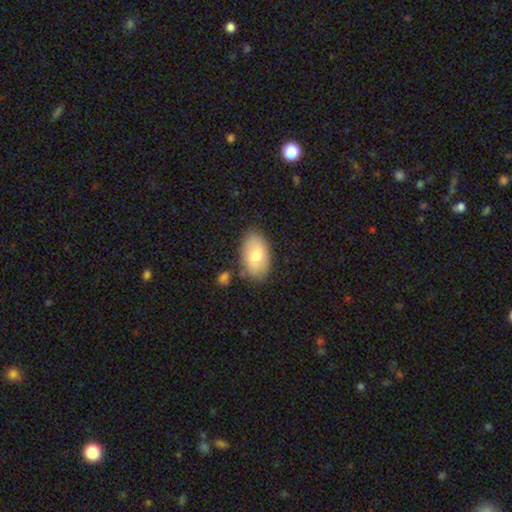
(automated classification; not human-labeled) Morphology: type=smooth (75%); roundness=in between (93%); merging=none (80%).